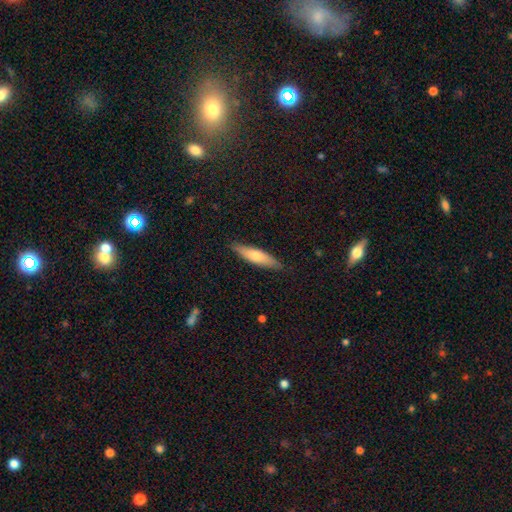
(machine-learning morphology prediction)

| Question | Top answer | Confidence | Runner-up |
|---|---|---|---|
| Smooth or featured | smooth | 63% | featured or disk (31%) |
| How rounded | cigar-shaped | 71% | in between (27%) |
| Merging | none | 88% | minor disturbance (10%) |